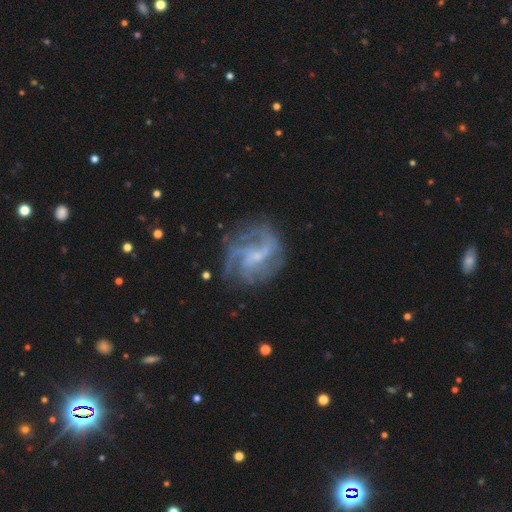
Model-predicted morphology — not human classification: Smooth or featured? Predicted: featured or disk (p=0.82). Edge-on disk? Predicted: no (p=0.97). Bar? Predicted: weak (p=0.46). Spiral arms? Predicted: yes (p=0.91). Spiral winding? Predicted: medium (p=0.46). Spiral arm count? Predicted: 3 (p=0.30). Bulge size? Predicted: small (p=0.62). Merging? Predicted: none (p=0.66).